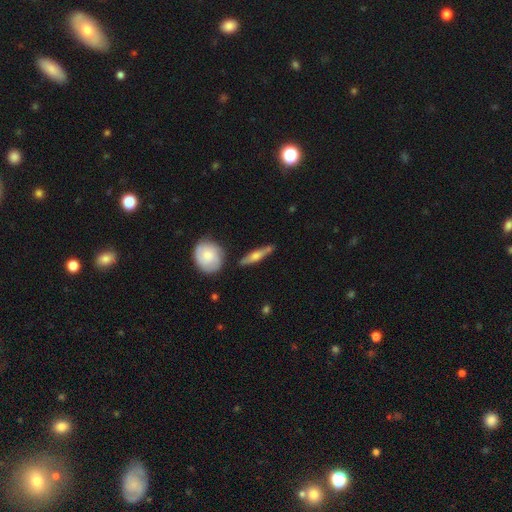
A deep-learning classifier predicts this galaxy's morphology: Smooth or featured?
  - featured or disk: 55% *
  - smooth: 39%
  - star or artifact: 6%
Edge-on disk?
  - yes: 90% *
  - no: 10%
Merging?
  - none: 79% *
  - minor disturbance: 13%
  - merger: 5%
  - major disturbance: 3%